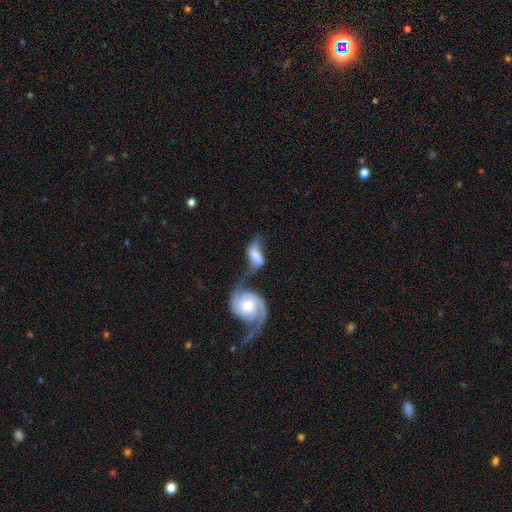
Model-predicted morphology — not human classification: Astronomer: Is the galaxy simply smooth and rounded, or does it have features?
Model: featured or disk — 57% (runner-up: smooth, 36%).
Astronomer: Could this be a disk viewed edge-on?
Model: no — 92%.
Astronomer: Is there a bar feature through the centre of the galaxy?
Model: no — 47% (runner-up: weak, 34%).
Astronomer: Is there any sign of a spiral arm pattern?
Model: yes — 82%.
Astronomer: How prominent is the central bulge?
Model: moderate — 39% (runner-up: small, 25%).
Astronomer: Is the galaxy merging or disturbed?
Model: merger — 65%.